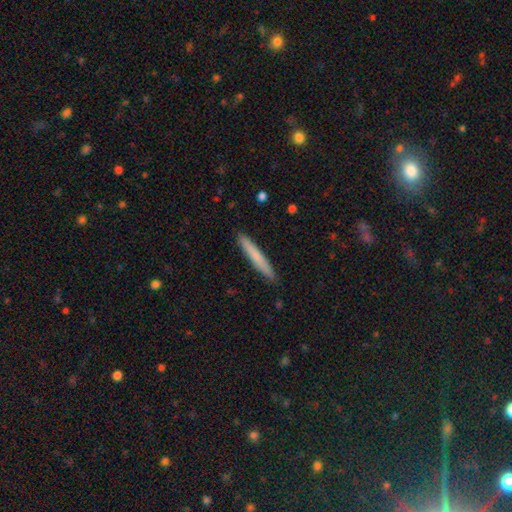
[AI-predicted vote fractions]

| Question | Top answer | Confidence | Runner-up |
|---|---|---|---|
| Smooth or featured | smooth | 72% | featured or disk (22%) |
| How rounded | cigar-shaped | 96% | in between (3%) |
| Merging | none | 92% | minor disturbance (6%) |